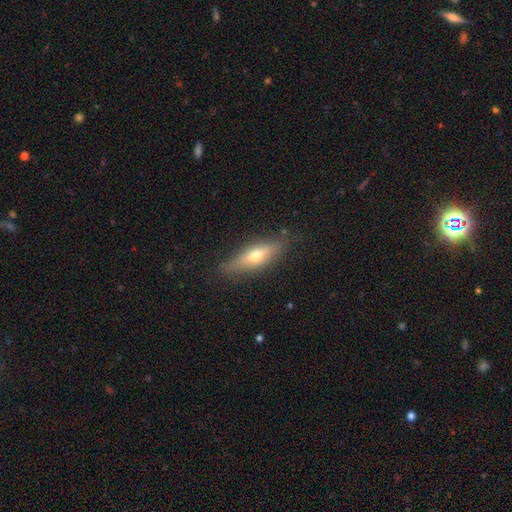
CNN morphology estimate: Q: Smooth or featured?
A: smooth (47%); runner-up: featured or disk (45%)
Q: Merging?
A: none (82%); runner-up: minor disturbance (13%)